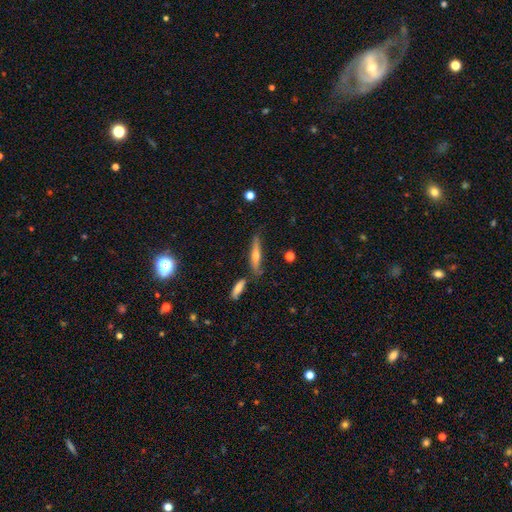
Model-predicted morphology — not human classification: A featured or disk galaxy (51%) viewed edge-on (90%).

Vote fractions:
- Smooth or featured? featured or disk: 51% / smooth: 42% / star or artifact: 7%
- Edge-on disk? yes: 90% / no: 10%
- Merging? none: 71% / minor disturbance: 17% / merger: 8% / major disturbance: 4%